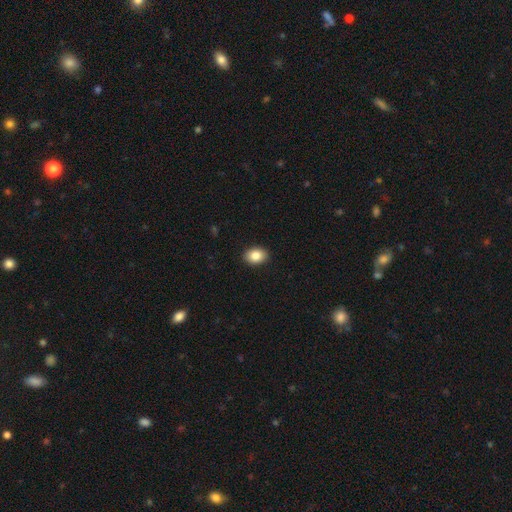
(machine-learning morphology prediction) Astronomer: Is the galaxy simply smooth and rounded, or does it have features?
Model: smooth — 86%.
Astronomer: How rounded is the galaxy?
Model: in between — 74%.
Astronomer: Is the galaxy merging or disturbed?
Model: none — 90%.